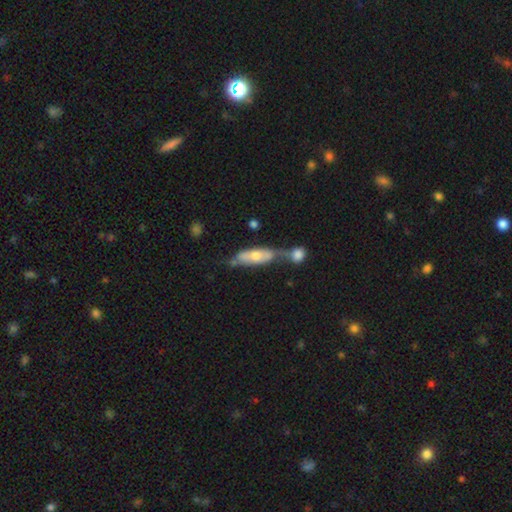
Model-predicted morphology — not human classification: smooth 51%, featured or disk 42%, star or artifact 6%. Down the decision tree: how rounded — in between (59%); merging — merger (51%).